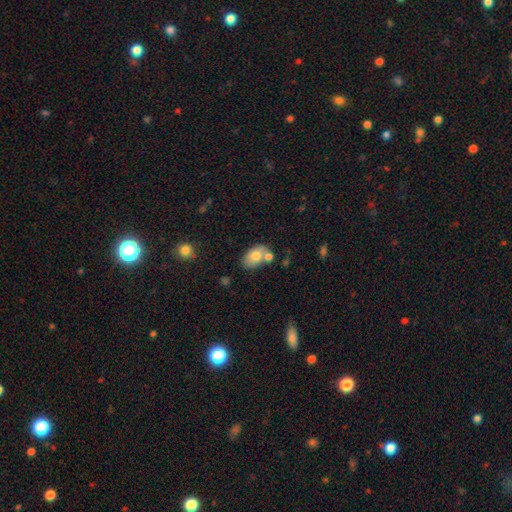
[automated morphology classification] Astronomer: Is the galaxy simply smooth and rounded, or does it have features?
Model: smooth — 75%.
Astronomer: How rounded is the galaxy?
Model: in between — 87%.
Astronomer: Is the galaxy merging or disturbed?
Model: none — 53%.